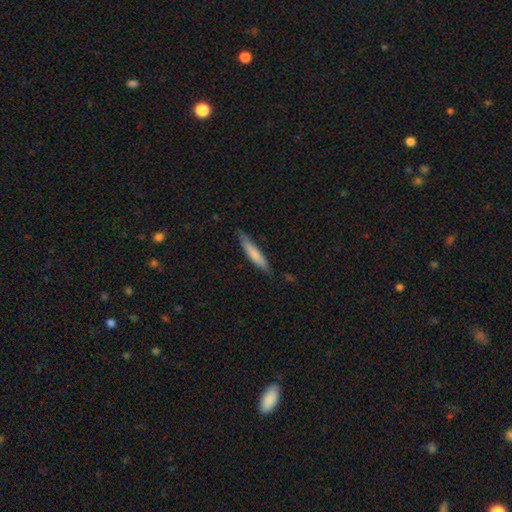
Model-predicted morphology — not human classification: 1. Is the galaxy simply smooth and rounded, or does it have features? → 76% smooth, 19% featured or disk, 5% star or artifact.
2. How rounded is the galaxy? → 89% cigar-shaped, 10% in between, 1% round.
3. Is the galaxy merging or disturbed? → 80% none, 16% minor disturbance, 2% major disturbance, 1% merger.